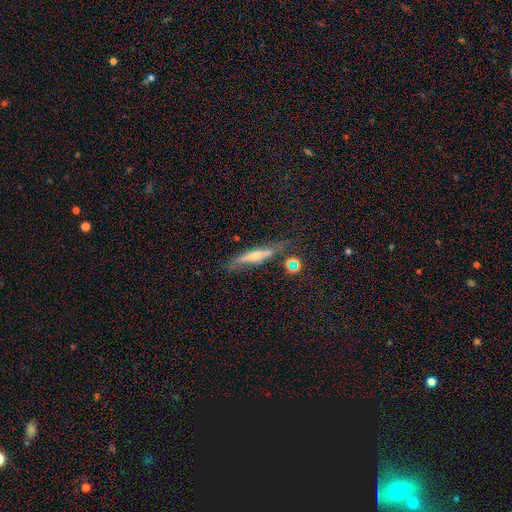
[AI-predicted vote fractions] Smooth or featured?
  - featured or disk: 58% *
  - smooth: 29%
  - star or artifact: 12%
Edge-on disk?
  - yes: 84% *
  - no: 16%
Merging?
  - none: 70% *
  - minor disturbance: 19%
  - major disturbance: 7%
  - merger: 5%